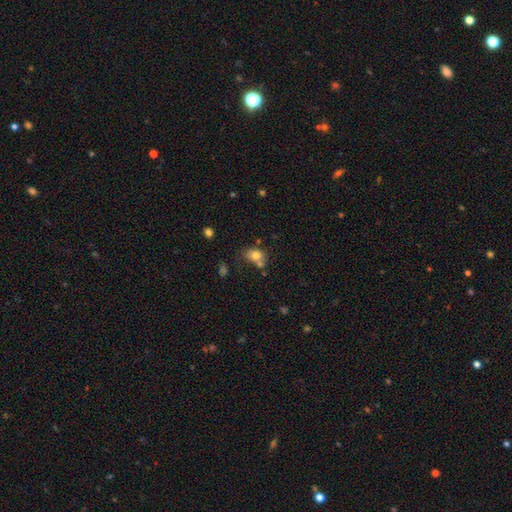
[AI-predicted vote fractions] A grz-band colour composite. It shows a smooth galaxy with no disk features (75%) that is in between round and cigar-shaped (63%). Merging: none (40%).